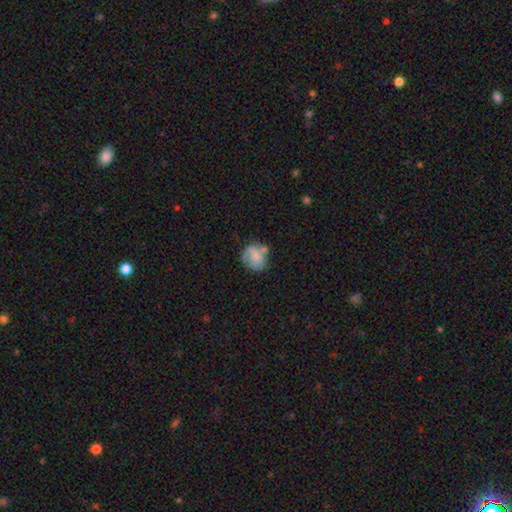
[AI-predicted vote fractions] Smooth or featured: smooth — 66% (featured or disk — 26%)
How rounded: round — 72% (in between — 27%)
Merging: none — 47% (minor disturbance — 26%)